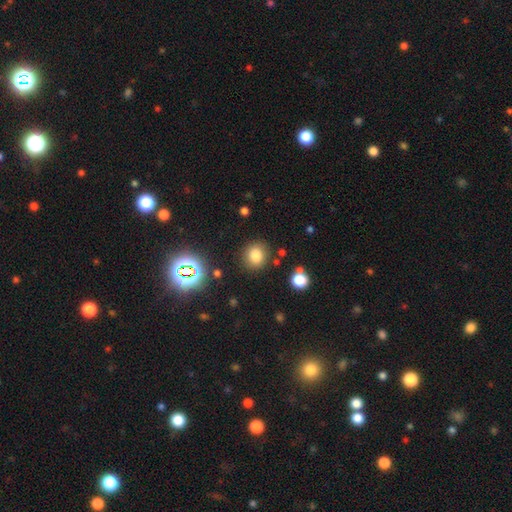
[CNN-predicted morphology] Smooth or featured? Predicted: smooth (p=0.77). How rounded? Predicted: round (p=0.79). Merging? Predicted: none (p=0.84).